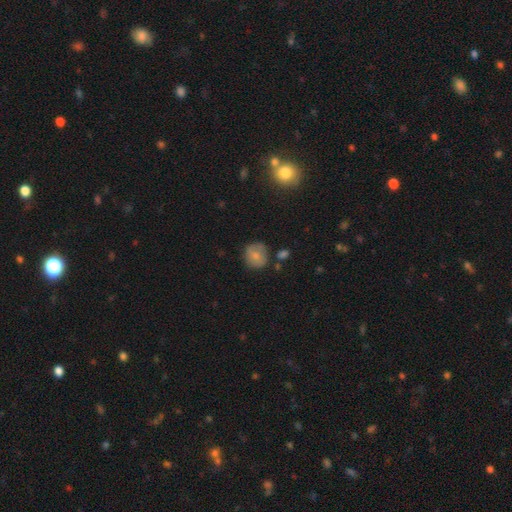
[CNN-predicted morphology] type=smooth (72%); roundness=round (80%); merging=none (67%).